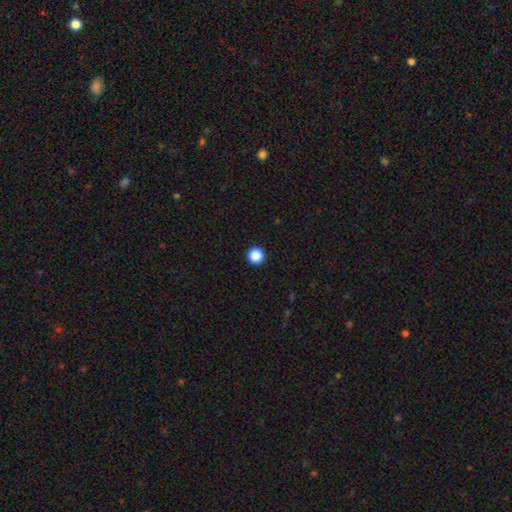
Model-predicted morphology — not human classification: smooth-or-featured: smooth: 87% | star or artifact: 10% | featured or disk: 2%
  how-rounded: round: 97% | in between: 2% | cigar-shaped: 1%
  merging: none: 94% | minor disturbance: 4% | major disturbance: 1% | merger: 1%